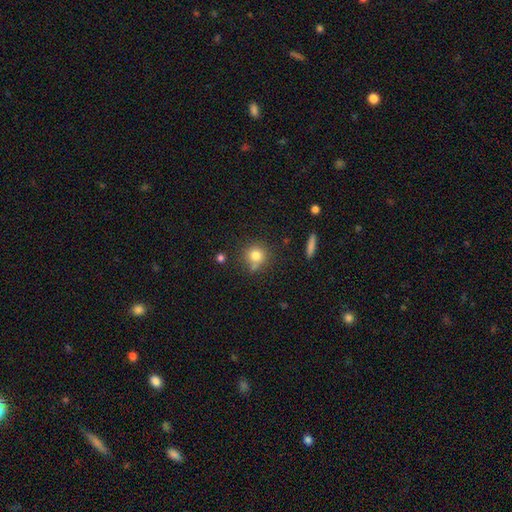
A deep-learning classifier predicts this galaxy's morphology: Q: Smooth or featured?
A: smooth (79%); runner-up: star or artifact (12%)
Q: How rounded?
A: round (89%); runner-up: in between (10%)
Q: Merging?
A: none (70%); runner-up: minor disturbance (15%)